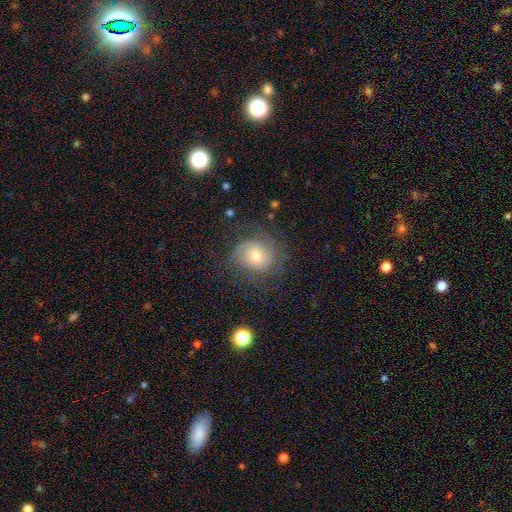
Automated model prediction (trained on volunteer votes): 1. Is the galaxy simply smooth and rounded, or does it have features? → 61% featured or disk, 29% smooth, 10% star or artifact.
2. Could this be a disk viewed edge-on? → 97% no, 3% yes.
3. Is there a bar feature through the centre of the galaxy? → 76% no, 20% weak, 4% strong.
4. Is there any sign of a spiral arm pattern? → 85% yes, 15% no.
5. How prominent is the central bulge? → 57% moderate, 36% small, 5% large, 1% none, 1% dominant.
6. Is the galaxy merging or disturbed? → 67% none, 18% minor disturbance, 13% major disturbance, 1% merger.